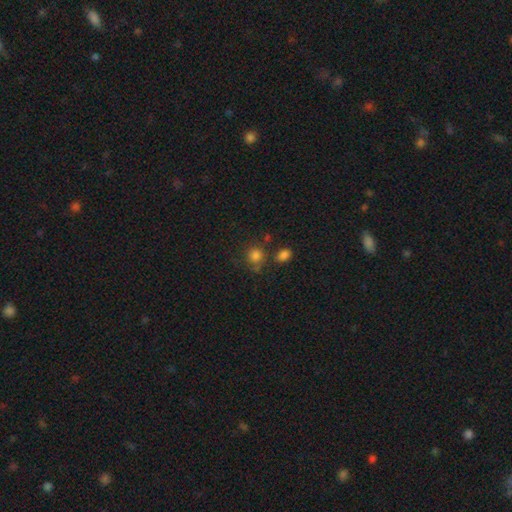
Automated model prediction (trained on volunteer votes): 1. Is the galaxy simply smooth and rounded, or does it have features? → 81% smooth, 13% star or artifact, 7% featured or disk.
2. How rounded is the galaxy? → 80% round, 19% in between, 1% cigar-shaped.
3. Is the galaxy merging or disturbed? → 61% none, 18% minor disturbance, 13% merger, 9% major disturbance.